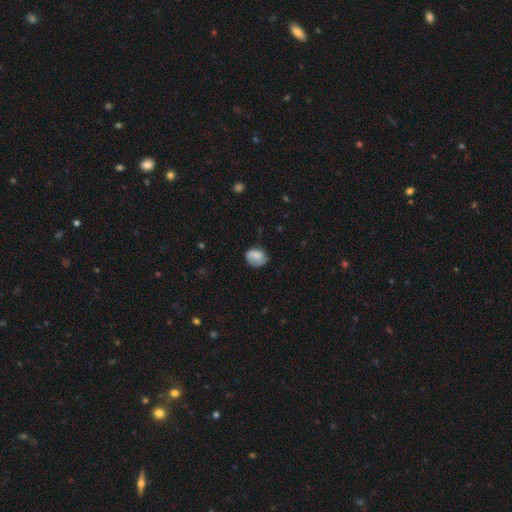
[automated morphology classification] The model was most divided on "how rounded" (2-way tie): in between: 49%, round: 49%, cigar-shaped: 1%. More confident: smooth or featured — smooth (63%); merging — none (56%).